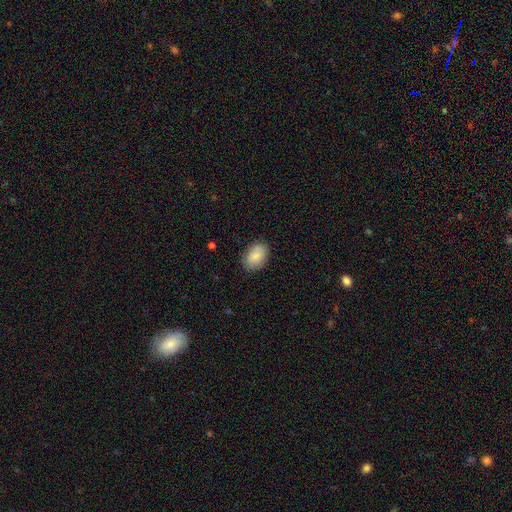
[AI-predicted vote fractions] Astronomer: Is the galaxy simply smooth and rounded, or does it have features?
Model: smooth — 80%.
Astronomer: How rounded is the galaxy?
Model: in between — 82%.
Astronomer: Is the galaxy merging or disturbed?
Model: none — 80%.